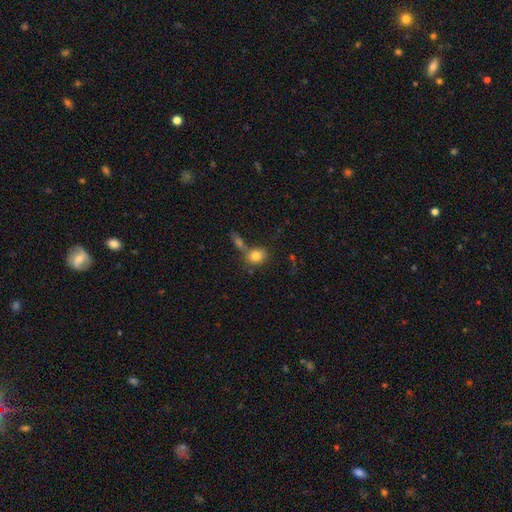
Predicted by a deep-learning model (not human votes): Morphology: type=smooth (79%); roundness=round (69%); merging=none (49%).